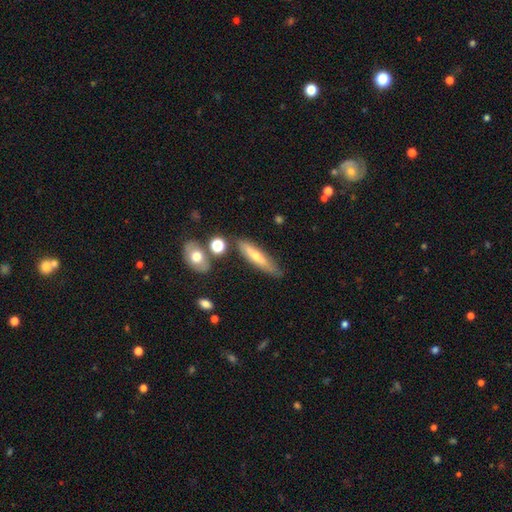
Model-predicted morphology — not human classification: type=smooth (49%); merging=none (74%).